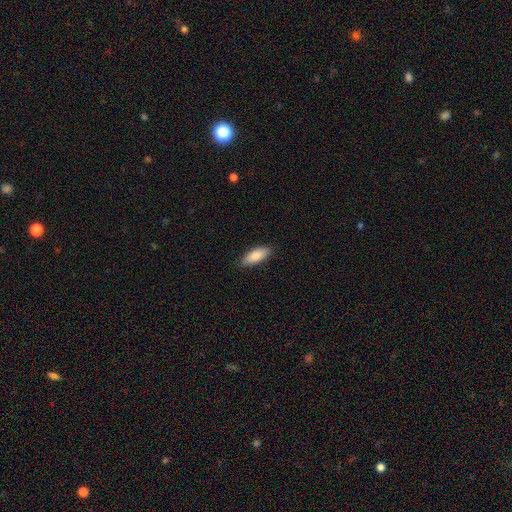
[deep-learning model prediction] Smooth or featured?
  - smooth: 86% *
  - featured or disk: 8%
  - star or artifact: 6%
How rounded?
  - in between: 76% *
  - cigar-shaped: 22%
  - round: 2%
Merging?
  - none: 87% *
  - minor disturbance: 10%
  - major disturbance: 2%
  - merger: 1%